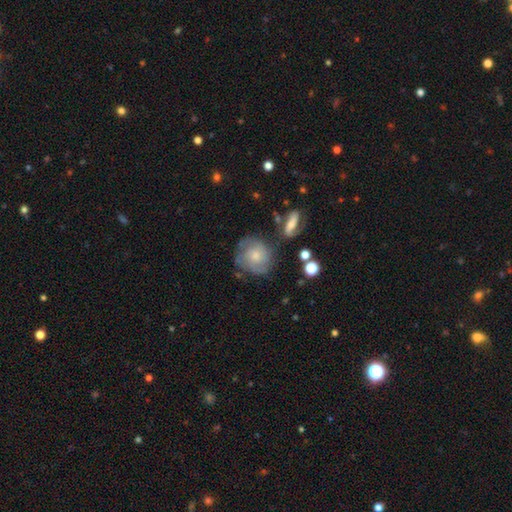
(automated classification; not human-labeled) smooth_or_featured: featured or disk (p=0.47) [alt: smooth p=0.45]
merging: none (p=0.62) [alt: minor disturbance p=0.21]